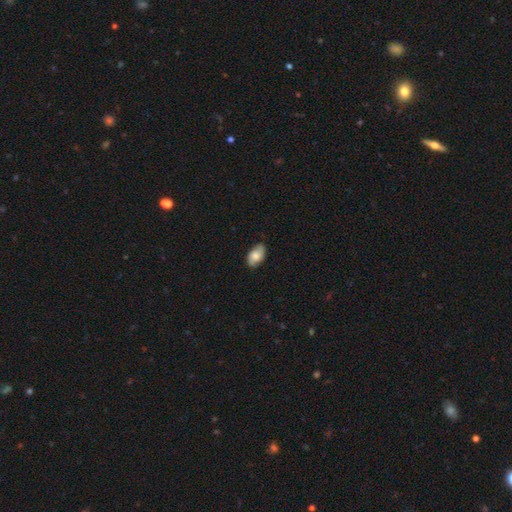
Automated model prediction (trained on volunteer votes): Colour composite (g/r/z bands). It shows a smooth galaxy with no disk features (65%) that is in between round and cigar-shaped (92%). Merging: none (79%).